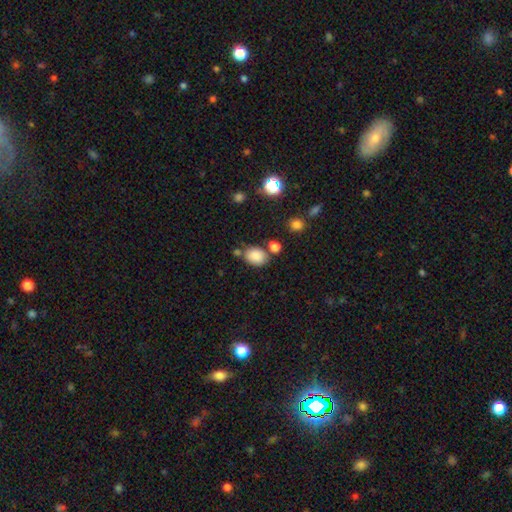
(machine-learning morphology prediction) Smooth or featured: smooth — 85% (star or artifact — 10%)
How rounded: in between — 68% (round — 31%)
Merging: none — 68% (minor disturbance — 15%)